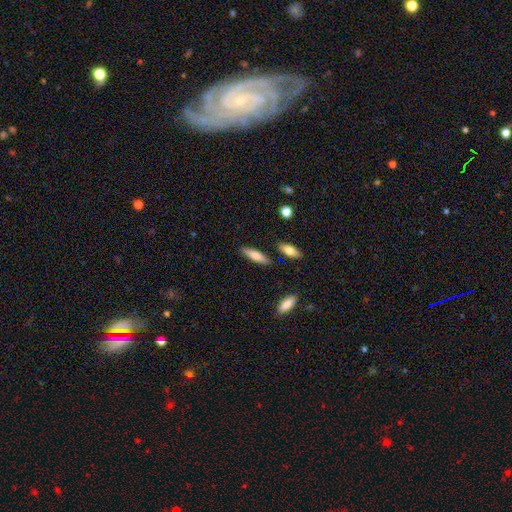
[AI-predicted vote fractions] smooth_or_featured: smooth (p=0.74) [alt: featured or disk p=0.19]
how_rounded: cigar-shaped (p=0.60) [alt: in between p=0.38]
merging: none (p=0.83) [alt: minor disturbance p=0.11]